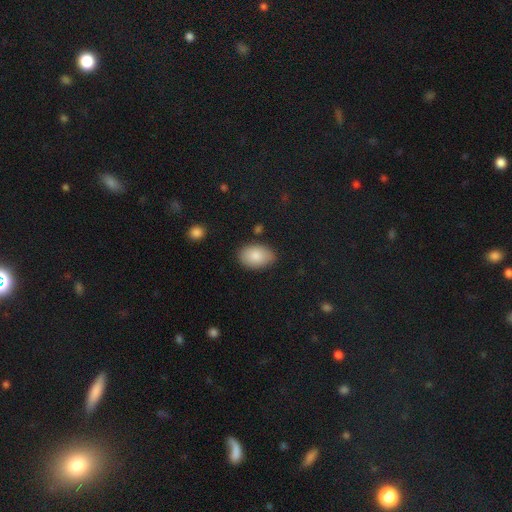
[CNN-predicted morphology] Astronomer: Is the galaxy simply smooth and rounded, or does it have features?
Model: smooth — 85%.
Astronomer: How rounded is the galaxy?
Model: in between — 87%.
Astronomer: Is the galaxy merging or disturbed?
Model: none — 81%.